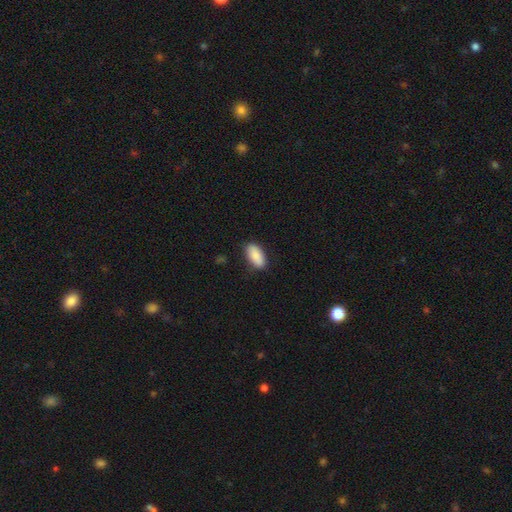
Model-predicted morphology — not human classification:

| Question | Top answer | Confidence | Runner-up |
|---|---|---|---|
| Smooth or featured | smooth | 87% | featured or disk (7%) |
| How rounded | in between | 90% | cigar-shaped (7%) |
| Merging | none | 85% | minor disturbance (12%) |